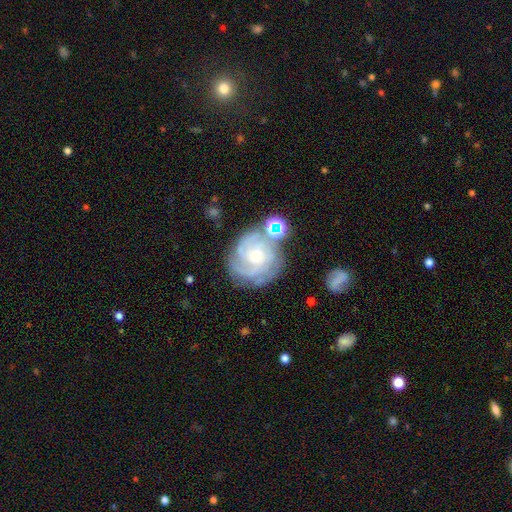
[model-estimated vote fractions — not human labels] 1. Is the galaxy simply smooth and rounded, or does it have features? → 77% featured or disk, 15% smooth, 9% star or artifact.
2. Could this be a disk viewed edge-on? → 98% no, 2% yes.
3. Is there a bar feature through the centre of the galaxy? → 72% no, 24% weak, 4% strong.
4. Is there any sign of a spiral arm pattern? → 92% yes, 8% no.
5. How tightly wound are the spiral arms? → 66% tight, 27% medium, 7% loose.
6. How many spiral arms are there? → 38% can't tell, 22% 3, 16% 4, 12% 2, 7% more than 4, 6% 1.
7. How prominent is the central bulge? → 44% moderate (tied), 44% small (tied), 6% large, 5% none, 1% dominant.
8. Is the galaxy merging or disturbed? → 67% none, 18% minor disturbance, 9% major disturbance, 7% merger.